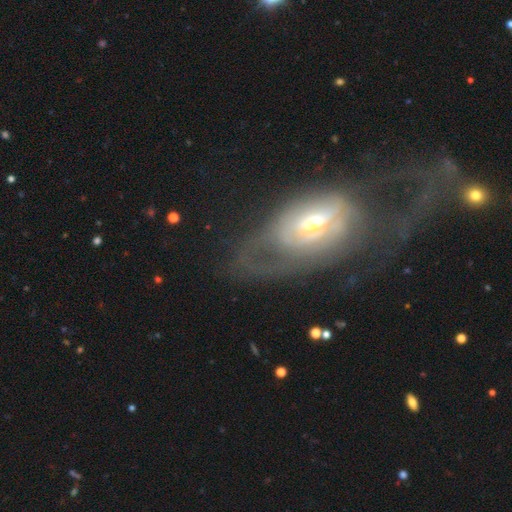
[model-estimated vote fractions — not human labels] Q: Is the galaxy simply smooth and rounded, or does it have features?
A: featured or disk — 67%.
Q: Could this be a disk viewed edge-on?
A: no — 91%.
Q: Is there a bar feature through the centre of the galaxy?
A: no — 60%.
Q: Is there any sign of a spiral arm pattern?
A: yes — 55%.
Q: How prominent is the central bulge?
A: moderate — 52%.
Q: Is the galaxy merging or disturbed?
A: major disturbance — 43%.